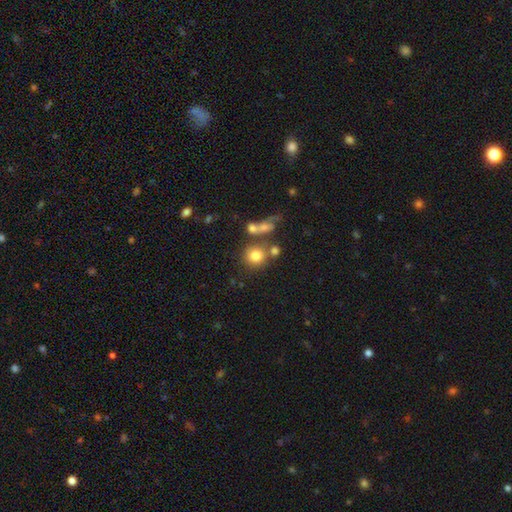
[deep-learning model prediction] smooth_or_featured: smooth (p=0.77) [alt: star or artifact p=0.12]
how_rounded: round (p=0.86) [alt: in between p=0.12]
merging: none (p=0.60) [alt: merger p=0.22]